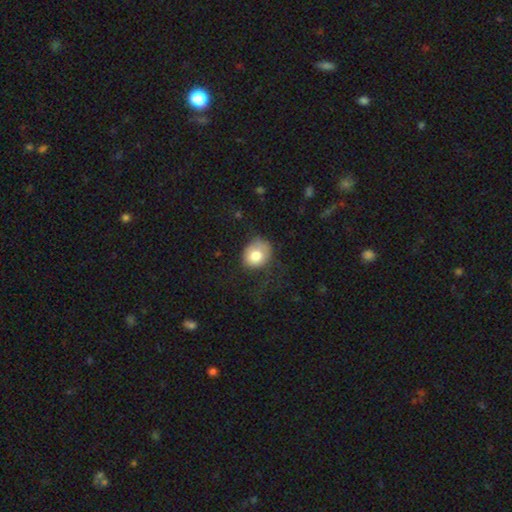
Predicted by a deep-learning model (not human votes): Q: Smooth or featured?
A: smooth (78%); runner-up: featured or disk (14%)
Q: How rounded?
A: round (65%); runner-up: in between (34%)
Q: Merging?
A: none (51%); runner-up: minor disturbance (27%)